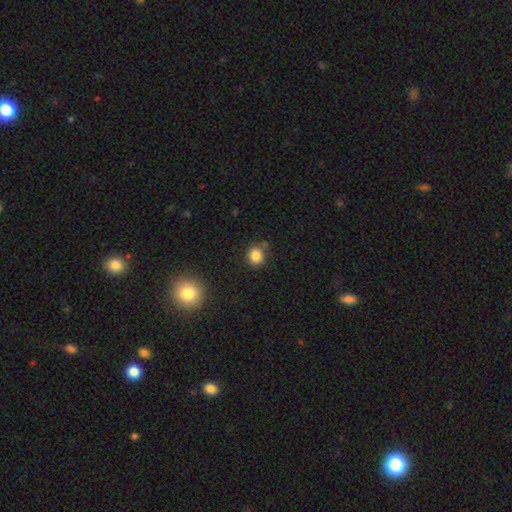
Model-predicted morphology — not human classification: Q: Smooth or featured?
A: smooth (84%); runner-up: star or artifact (11%)
Q: How rounded?
A: round (81%); runner-up: in between (18%)
Q: Merging?
A: none (79%); runner-up: minor disturbance (13%)